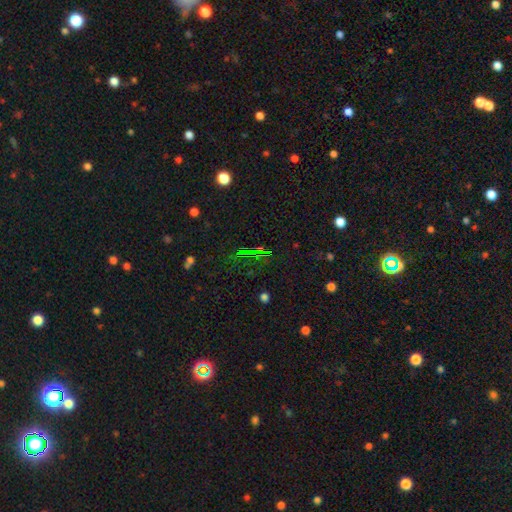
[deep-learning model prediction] A star or artifact, not a galaxy (69%).